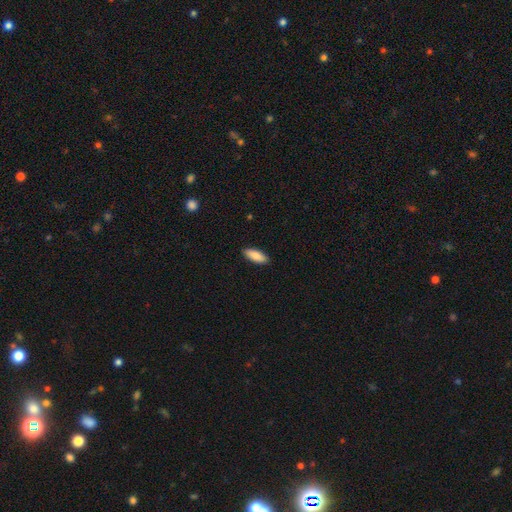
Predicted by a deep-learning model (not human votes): This appears to be a smooth galaxy with no disk features (87%) that is in between round and cigar-shaped (74%). Merging: none (89%).